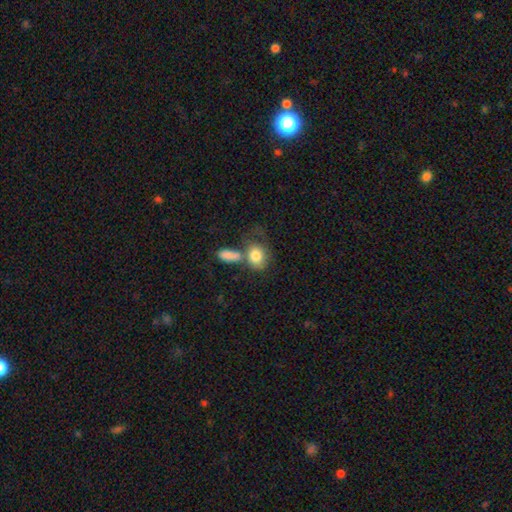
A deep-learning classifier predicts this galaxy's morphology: smooth_or_featured: smooth (p=0.80) [alt: featured or disk p=0.13]
how_rounded: in between (p=0.53) [alt: round p=0.45]
merging: merger (p=0.38) [alt: none p=0.32]